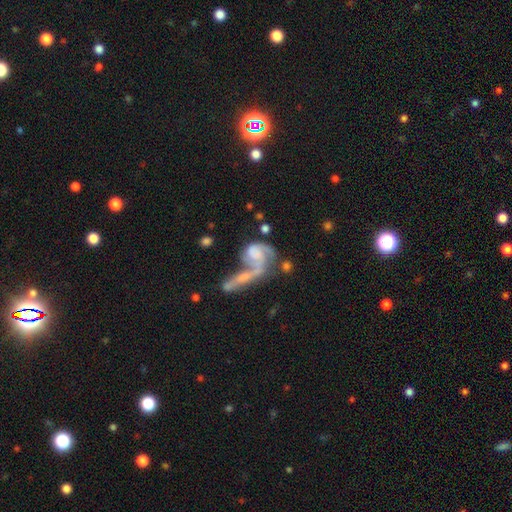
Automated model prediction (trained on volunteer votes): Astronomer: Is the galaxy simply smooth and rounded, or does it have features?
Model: featured or disk — 65%.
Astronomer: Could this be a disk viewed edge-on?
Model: no — 95%.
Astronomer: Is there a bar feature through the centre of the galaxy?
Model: no — 70%.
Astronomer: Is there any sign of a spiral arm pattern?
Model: yes — 75%.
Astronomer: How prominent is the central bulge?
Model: none — 45% (runner-up: small, 22%).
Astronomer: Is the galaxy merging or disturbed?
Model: merger — 48% (runner-up: major disturbance, 25%).